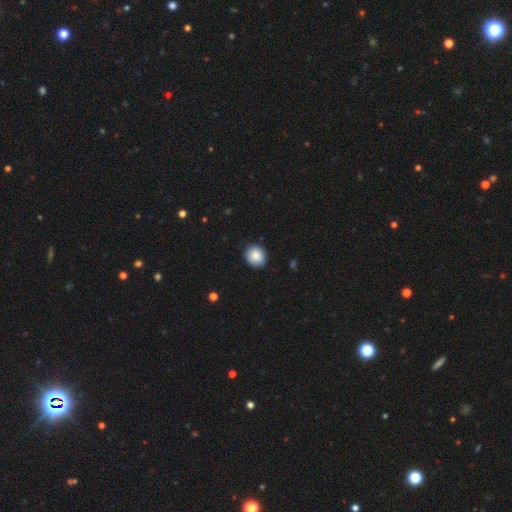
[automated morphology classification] Smooth or featured: smooth — 88% (star or artifact — 8%)
How rounded: round — 82% (in between — 17%)
Merging: none — 90% (minor disturbance — 8%)